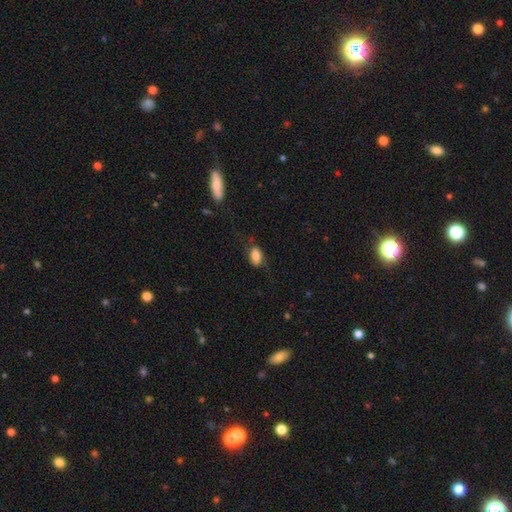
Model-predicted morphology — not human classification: A smooth galaxy with no disk features (82%) that is in between round and cigar-shaped (90%).

Vote fractions:
- Smooth or featured? smooth: 82% / featured or disk: 10% / star or artifact: 8%
- How rounded? in between: 90% / round: 6% / cigar-shaped: 4%
- Merging? none: 68% / minor disturbance: 22% / major disturbance: 8% / merger: 2%